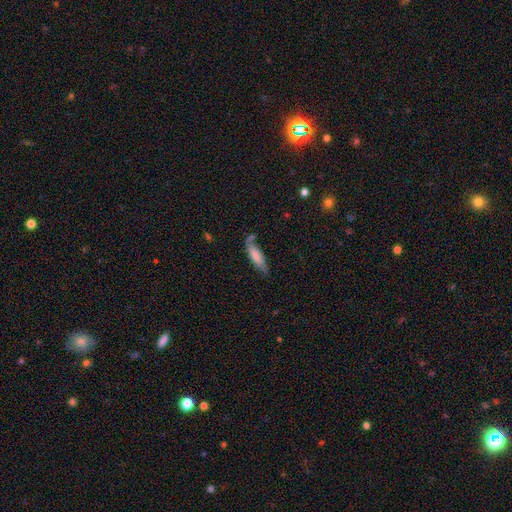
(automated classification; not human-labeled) Smooth or featured?
  - smooth: 73% *
  - featured or disk: 21%
  - star or artifact: 6%
How rounded?
  - cigar-shaped: 53% *
  - in between: 45%
  - round: 2%
Merging?
  - none: 60% *
  - minor disturbance: 25%
  - merger: 8%
  - major disturbance: 7%